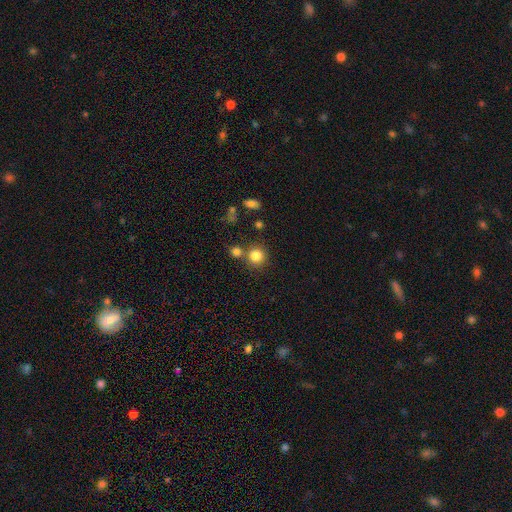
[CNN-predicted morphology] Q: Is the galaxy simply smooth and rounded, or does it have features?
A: smooth — 82%.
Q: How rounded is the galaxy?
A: round — 91%.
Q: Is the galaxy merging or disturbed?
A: none — 69%.